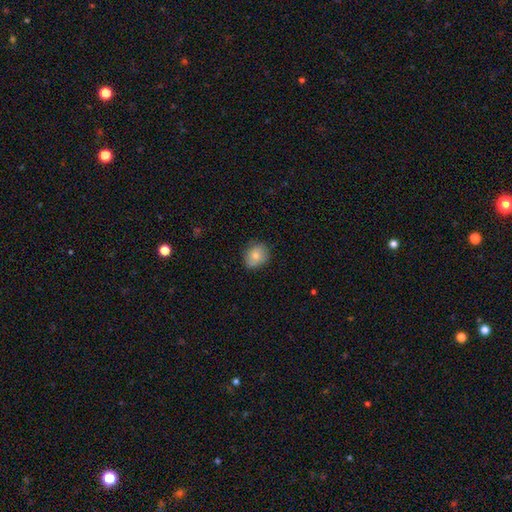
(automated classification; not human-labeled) Smooth or featured? Predicted: smooth (p=0.76). How rounded? Predicted: round (p=0.61). Merging? Predicted: none (p=0.79).